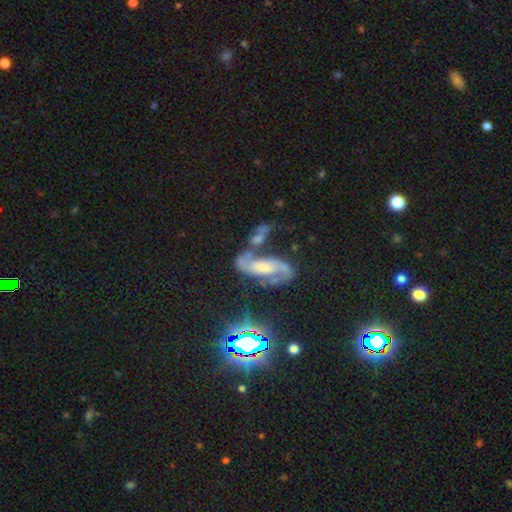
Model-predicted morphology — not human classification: Smooth or featured: featured or disk — 68% (star or artifact — 19%)
Edge-on disk: no — 91% (yes — 9%)
Bar: weak — 38% (no — 32%)
Spiral arms: yes — 89% (no — 11%)
Spiral winding: loose — 42% (medium — 39%)
Spiral arm count: 2 — 86% (1 — 6%)
Bulge size: small — 42% (moderate — 40%)
Merging: none — 47% (merger — 24%)